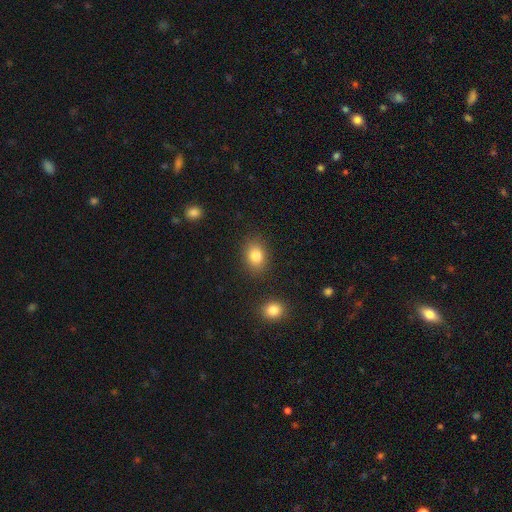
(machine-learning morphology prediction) Smooth or featured? Predicted: smooth (p=0.83). How rounded? Predicted: in between (p=0.63). Merging? Predicted: none (p=0.85).